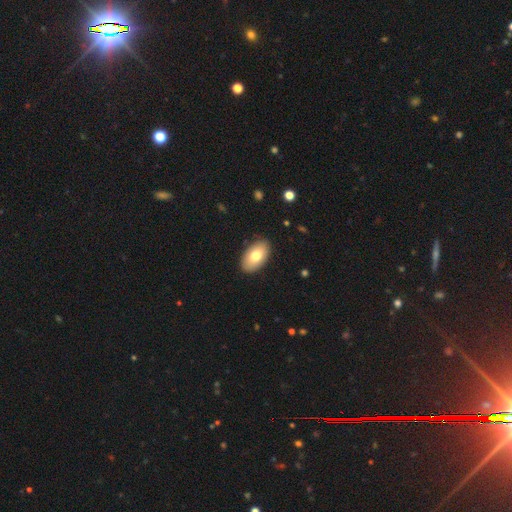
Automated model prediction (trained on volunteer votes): This is likely a smooth galaxy (76%). How rounded: clearly in between (94%). Merging: clearly none (89%).